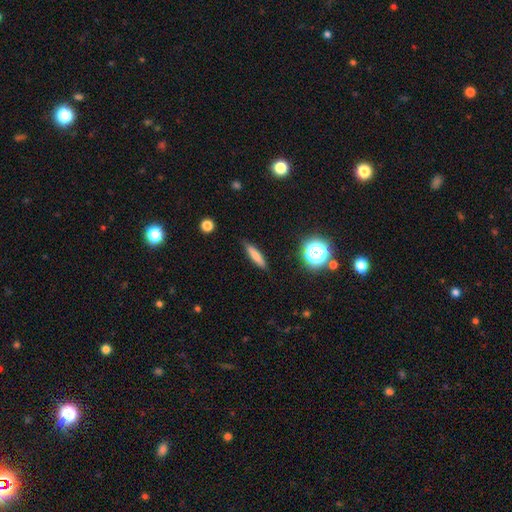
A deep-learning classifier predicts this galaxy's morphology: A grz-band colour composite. It shows a smooth galaxy with no disk features (73%) that is cigar-shaped (83%). Merging: none (87%).